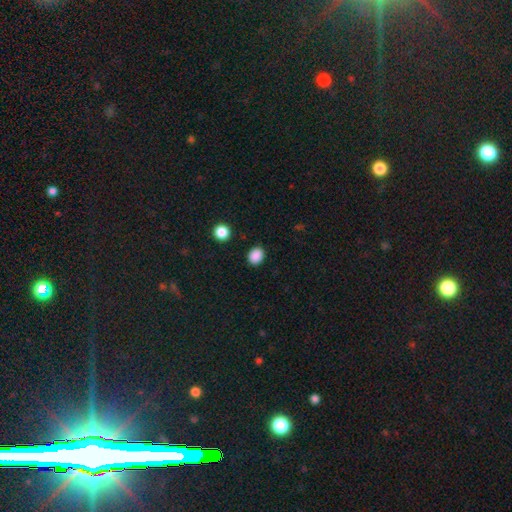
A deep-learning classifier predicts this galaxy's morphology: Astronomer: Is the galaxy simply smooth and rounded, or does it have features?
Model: smooth — 88%.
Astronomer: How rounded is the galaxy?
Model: round — 57% (runner-up: in between, 42%).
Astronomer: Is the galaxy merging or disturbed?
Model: none — 89%.